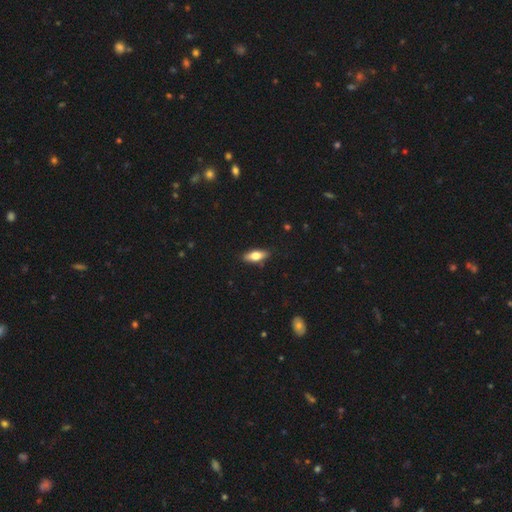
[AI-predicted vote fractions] Q: Smooth or featured?
A: smooth (68%); runner-up: featured or disk (25%)
Q: How rounded?
A: in between (75%); runner-up: cigar-shaped (22%)
Q: Merging?
A: none (85%); runner-up: minor disturbance (11%)